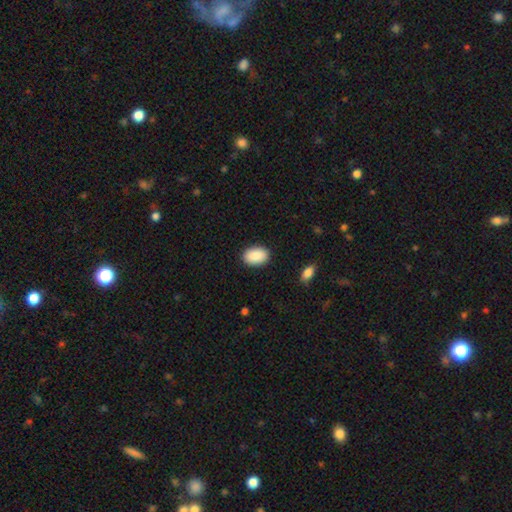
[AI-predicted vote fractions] smooth 90%, star or artifact 7%, featured or disk 4%. Down the decision tree: how rounded — in between (87%); merging — none (89%).